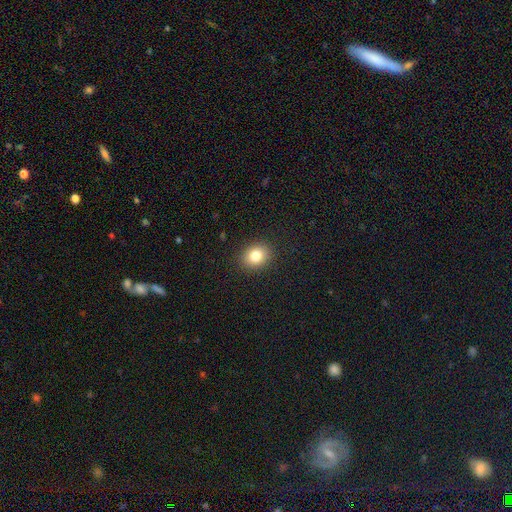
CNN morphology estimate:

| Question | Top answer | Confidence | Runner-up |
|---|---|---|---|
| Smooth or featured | smooth | 82% | star or artifact (11%) |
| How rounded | round | 59% | in between (40%) |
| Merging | none | 90% | minor disturbance (7%) |